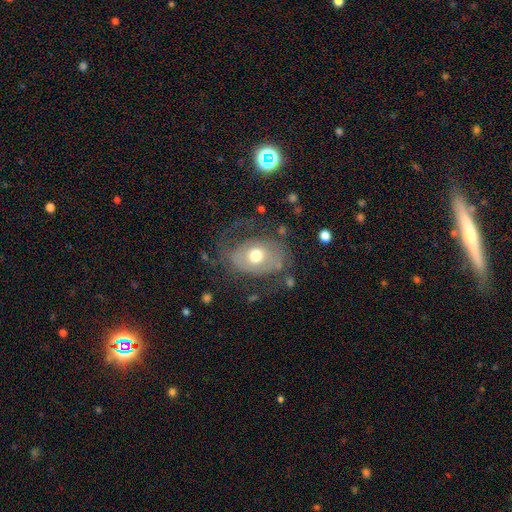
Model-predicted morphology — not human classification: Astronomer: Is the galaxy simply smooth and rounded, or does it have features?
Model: featured or disk — 59%.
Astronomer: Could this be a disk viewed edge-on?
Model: no — 94%.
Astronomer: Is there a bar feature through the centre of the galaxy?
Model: no — 75%.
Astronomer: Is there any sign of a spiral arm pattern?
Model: yes — 54% (runner-up: no, 46%).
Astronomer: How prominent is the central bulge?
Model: moderate — 73%.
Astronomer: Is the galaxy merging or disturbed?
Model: none — 61%.